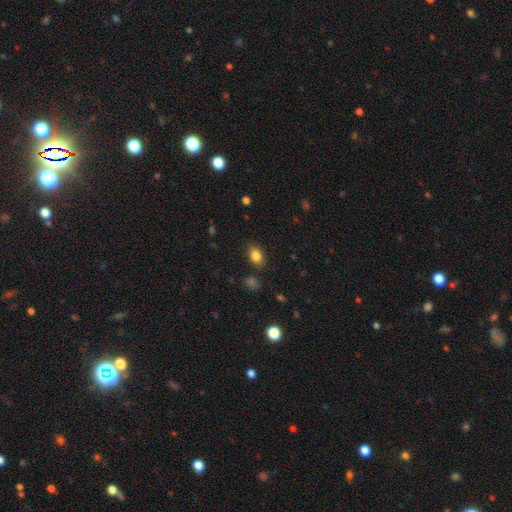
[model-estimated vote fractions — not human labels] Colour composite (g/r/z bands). It shows a smooth galaxy with no disk features (84%) that is in between round and cigar-shaped (82%). Merging: none (83%).